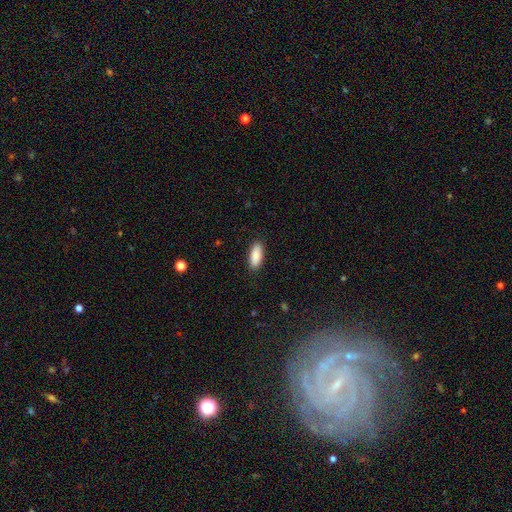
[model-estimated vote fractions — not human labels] This appears to be a smooth galaxy with no disk features (89%) that is in between round and cigar-shaped (79%). Merging: none (89%).